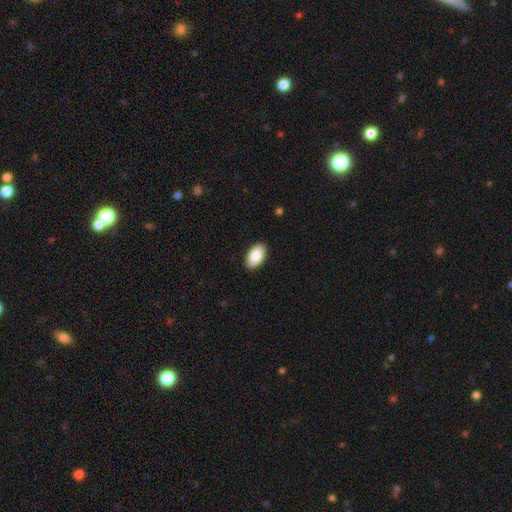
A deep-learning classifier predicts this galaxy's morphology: Smooth or featured: smooth — 86% (featured or disk — 8%)
How rounded: in between — 95% (round — 3%)
Merging: none — 90% (minor disturbance — 7%)